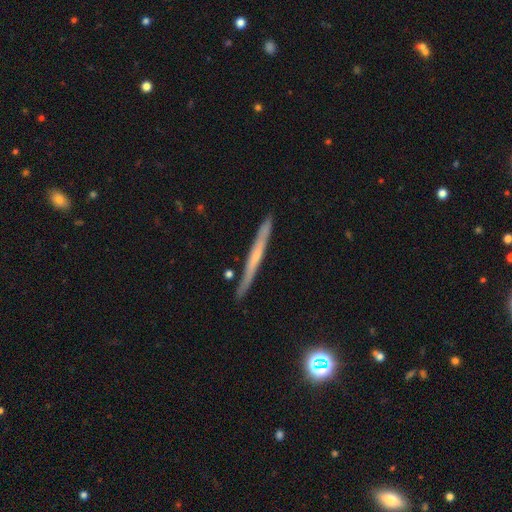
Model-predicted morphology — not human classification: Smooth or featured: featured or disk — 60% (smooth — 34%)
Edge-on disk: yes — 96% (no — 4%)
Edge-on bulge: none — 67% (rounded — 27%)
Merging: none — 88% (minor disturbance — 8%)